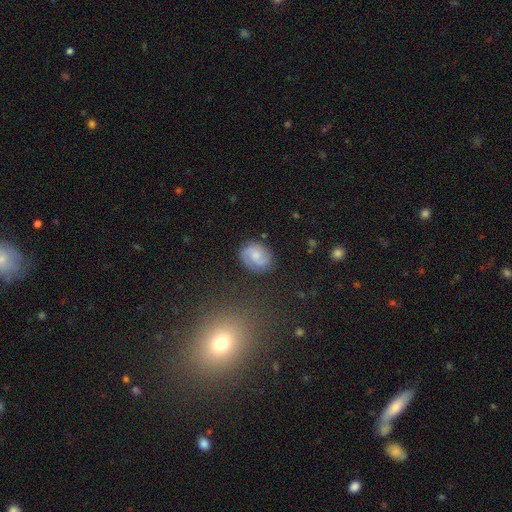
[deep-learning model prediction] Q: Smooth or featured?
A: featured or disk (49%); runner-up: smooth (43%)
Q: Merging?
A: none (77%); runner-up: minor disturbance (16%)